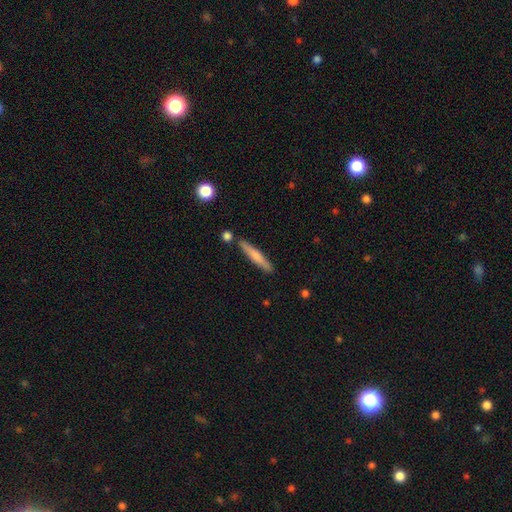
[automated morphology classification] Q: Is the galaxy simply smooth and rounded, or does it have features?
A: smooth — 64%.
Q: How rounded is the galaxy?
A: cigar-shaped — 93%.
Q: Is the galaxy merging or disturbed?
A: none — 84%.